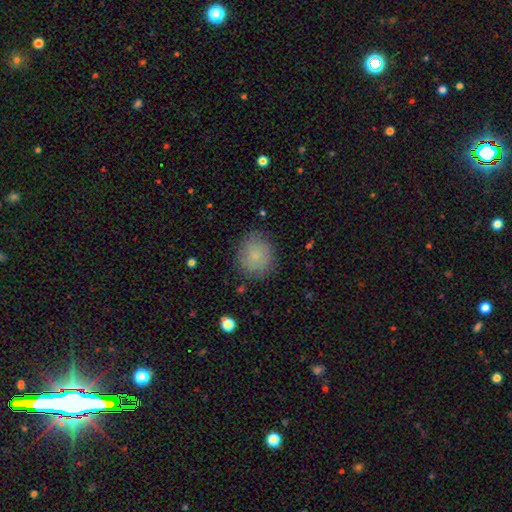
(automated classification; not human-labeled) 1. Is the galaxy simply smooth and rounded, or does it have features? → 77% smooth, 13% featured or disk, 10% star or artifact.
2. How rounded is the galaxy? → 79% round, 20% in between, 1% cigar-shaped.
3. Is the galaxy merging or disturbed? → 81% none, 14% minor disturbance, 4% major disturbance, 1% merger.